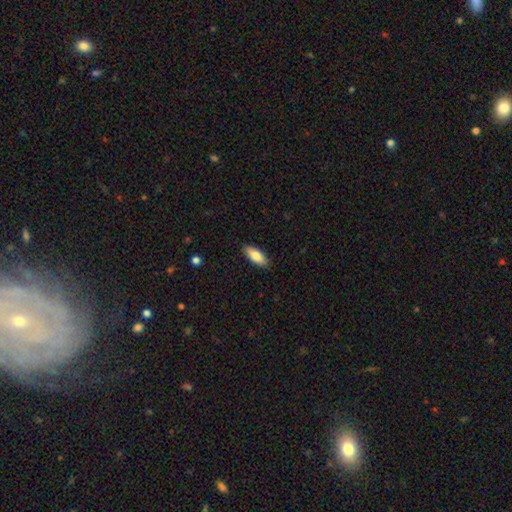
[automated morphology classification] Overall: smooth (82%). How rounded: in between (82%). Merging: none (88%).